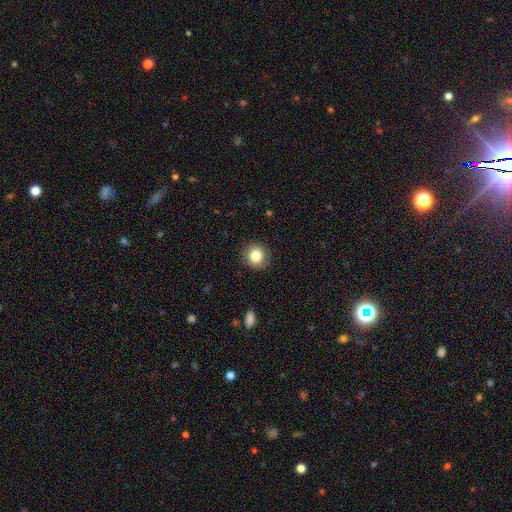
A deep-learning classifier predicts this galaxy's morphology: This is clearly a smooth galaxy (83%). How rounded: clearly round (86%). Merging: clearly none (89%).